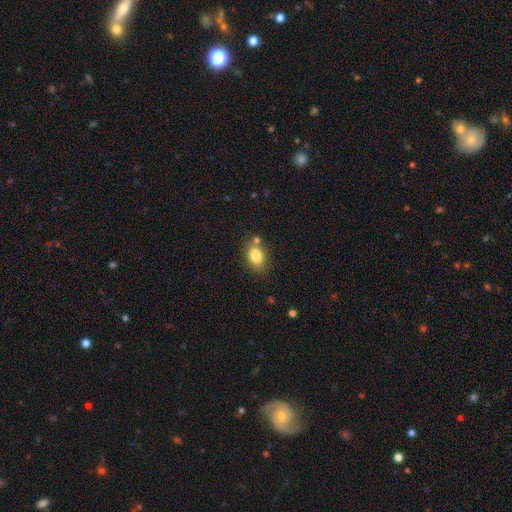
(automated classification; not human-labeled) A smooth galaxy with no disk features (81%) that is in between round and cigar-shaped (80%). Merging: none (70%).